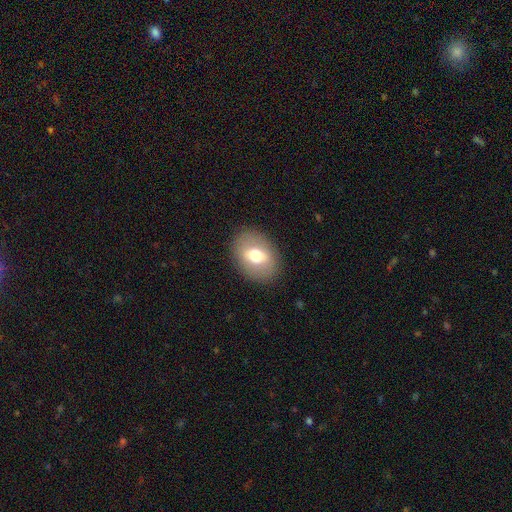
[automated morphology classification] A smooth galaxy with no disk features (62%) that is in between round and cigar-shaped (70%). Merging: none (86%).